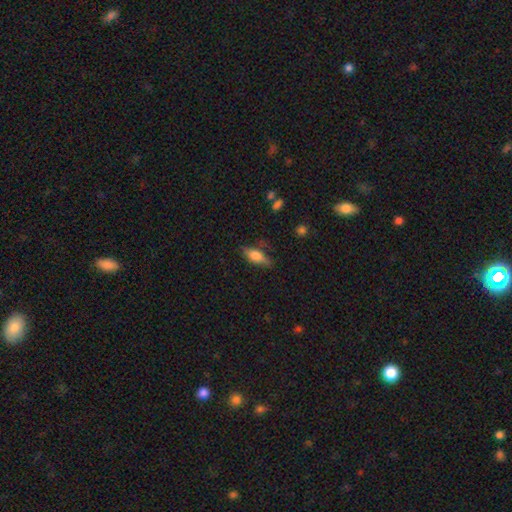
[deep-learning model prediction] A smooth galaxy with no disk features (64%) that is in between round and cigar-shaped (63%). Merging: none (74%).